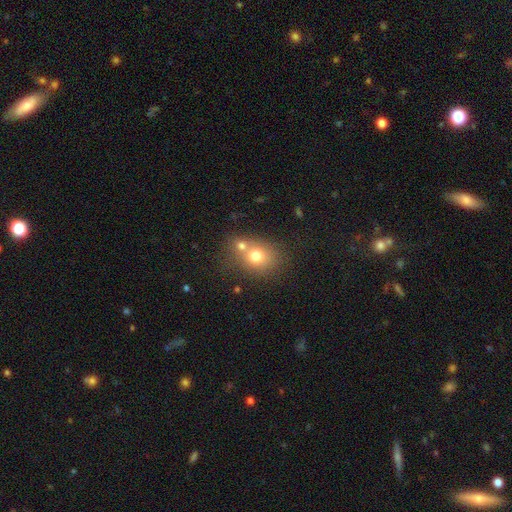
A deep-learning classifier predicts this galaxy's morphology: smooth_or_featured: smooth (p=0.72) [alt: featured or disk p=0.16]
how_rounded: round (p=0.59) [alt: in between p=0.40]
merging: none (p=0.44) [alt: merger p=0.41]